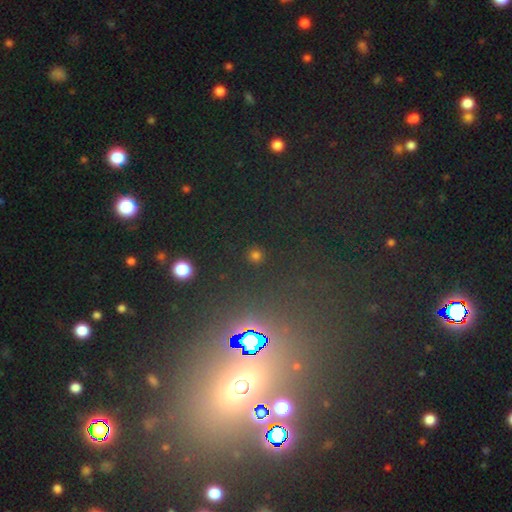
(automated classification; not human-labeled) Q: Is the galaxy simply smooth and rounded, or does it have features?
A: smooth — 51%.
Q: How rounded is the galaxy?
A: round — 89%.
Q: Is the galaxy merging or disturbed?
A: none — 88%.